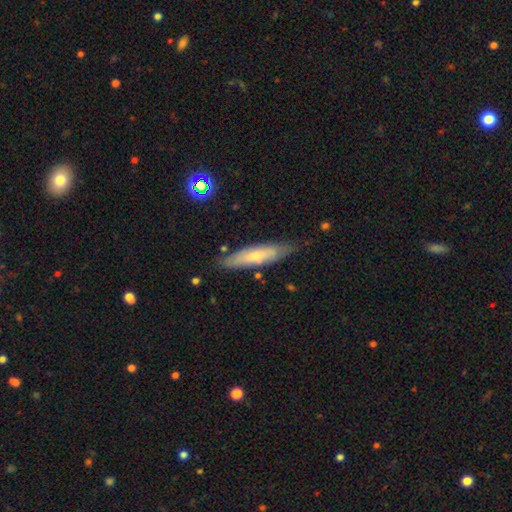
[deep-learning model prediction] A smooth galaxy with no disk features (53%) that is cigar-shaped (76%).

Vote fractions:
- Smooth or featured? smooth: 53% / featured or disk: 41% / star or artifact: 7%
- How rounded? cigar-shaped: 76% / in between: 22% / round: 2%
- Merging? none: 78% / minor disturbance: 17% / major disturbance: 3% / merger: 2%